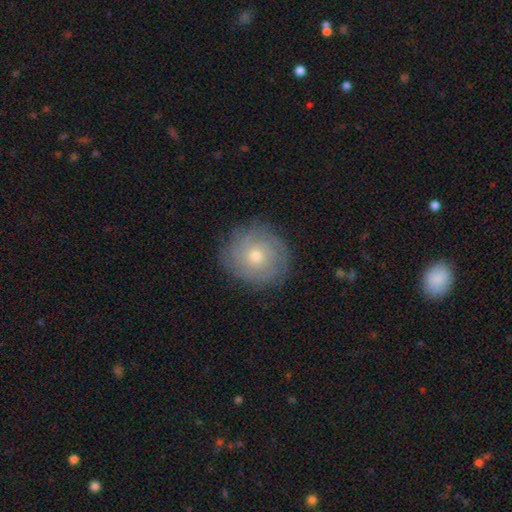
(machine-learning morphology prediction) Smooth or featured? Predicted: featured or disk (p=0.66). Edge-on disk? Predicted: no (p=0.97). Bar? Predicted: no (p=0.84). Spiral arms? Predicted: yes (p=0.90). Spiral winding? Predicted: tight (p=0.78). Spiral arm count? Predicted: can't tell (p=0.43). Bulge size? Predicted: moderate (p=0.50). Merging? Predicted: none (p=0.85).